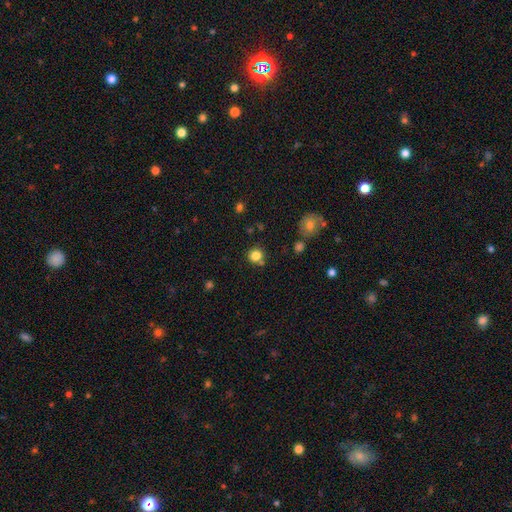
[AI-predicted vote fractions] A smooth galaxy with no disk features (82%) that is round (90%).

Vote fractions:
- Smooth or featured? smooth: 82% / star or artifact: 12% / featured or disk: 5%
- How rounded? round: 90% / in between: 9% / cigar-shaped: 1%
- Merging? none: 78% / minor disturbance: 10% / merger: 9% / major disturbance: 3%